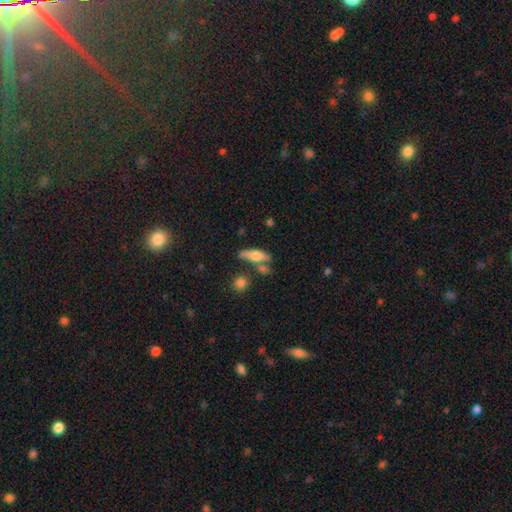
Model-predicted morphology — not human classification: This appears to be a smooth galaxy with no disk features (59%) that is in between round and cigar-shaped (51%). Merging: none (59%).